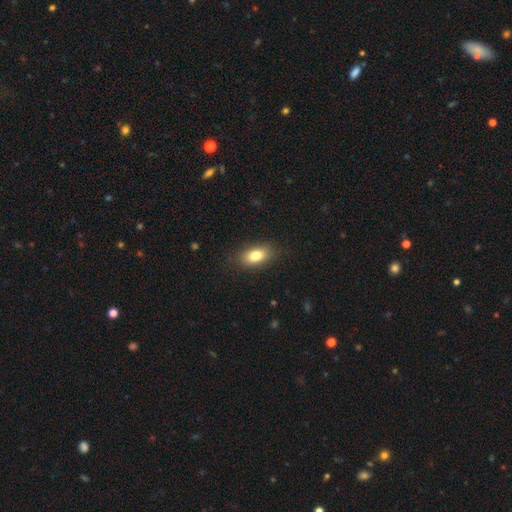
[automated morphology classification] A smooth galaxy with no disk features (81%) that is in between round and cigar-shaped (88%).

Vote fractions:
- Smooth or featured? smooth: 81% / featured or disk: 11% / star or artifact: 8%
- How rounded? in between: 88% / round: 7% / cigar-shaped: 5%
- Merging? none: 85% / minor disturbance: 11% / major disturbance: 3% / merger: 1%